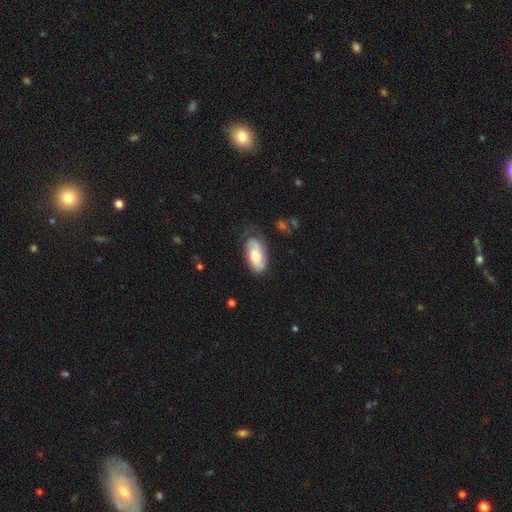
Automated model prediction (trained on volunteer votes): The model was most divided on "smooth or featured": smooth: 63%, featured or disk: 31%, star or artifact: 6%. More confident: how rounded — in between (92%); merging — none (64%).